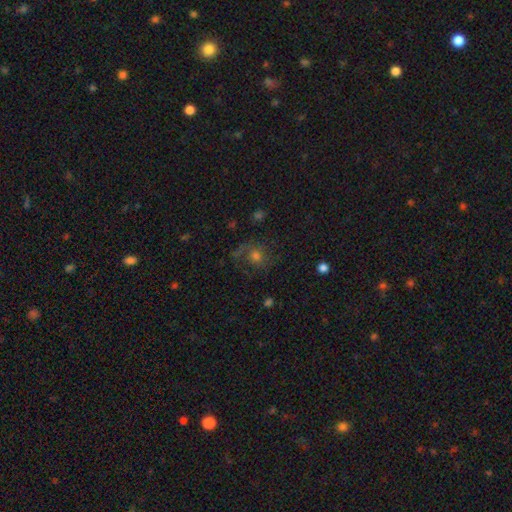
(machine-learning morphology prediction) The model was most divided on "smooth or featured": featured or disk: 41%, smooth: 32%, star or artifact: 27%. More confident: merging — none (64%).